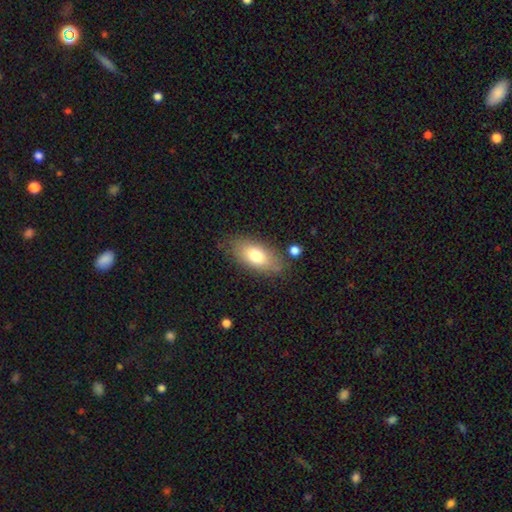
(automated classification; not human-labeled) Smooth or featured?
  - smooth: 74% *
  - featured or disk: 18%
  - star or artifact: 8%
How rounded?
  - in between: 86% *
  - cigar-shaped: 9%
  - round: 5%
Merging?
  - none: 79% *
  - minor disturbance: 14%
  - major disturbance: 4%
  - merger: 3%